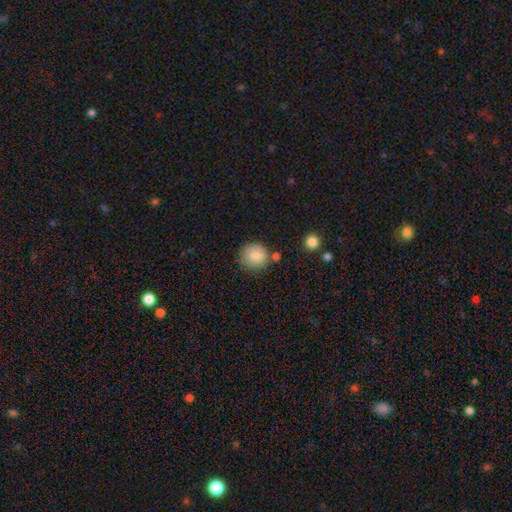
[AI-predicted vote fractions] This is clearly a smooth galaxy (84%). How rounded: clearly round (88%). Merging: likely none (73%).